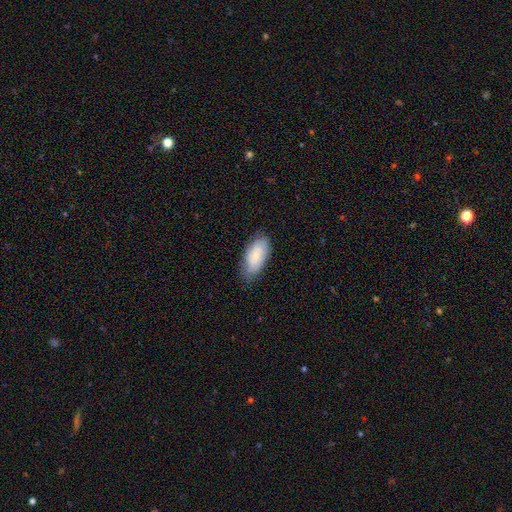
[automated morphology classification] This appears to be a smooth galaxy with no disk features (69%) that is in between round and cigar-shaped (92%). Merging: none (72%).